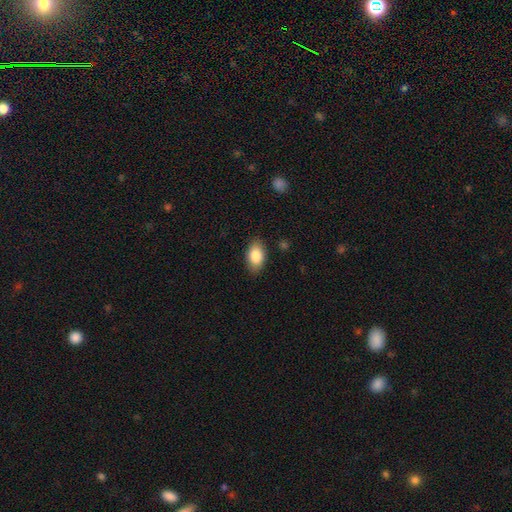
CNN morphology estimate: This appears to be a smooth galaxy with no disk features (85%) that is in between round and cigar-shaped (91%). Merging: none (86%).